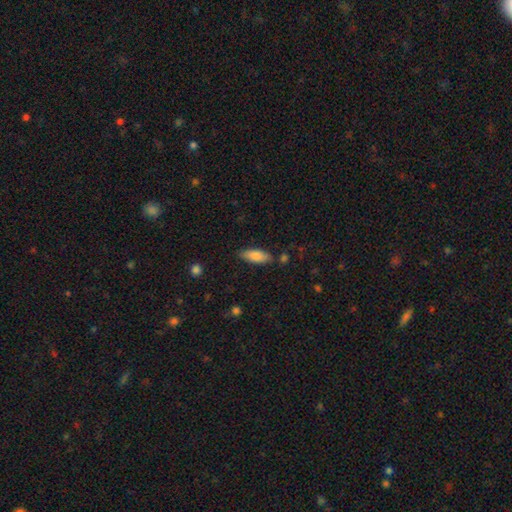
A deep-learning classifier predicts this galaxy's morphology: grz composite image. It shows a smooth galaxy with no disk features (82%) that is in between round and cigar-shaped (71%). Merging: none (81%).